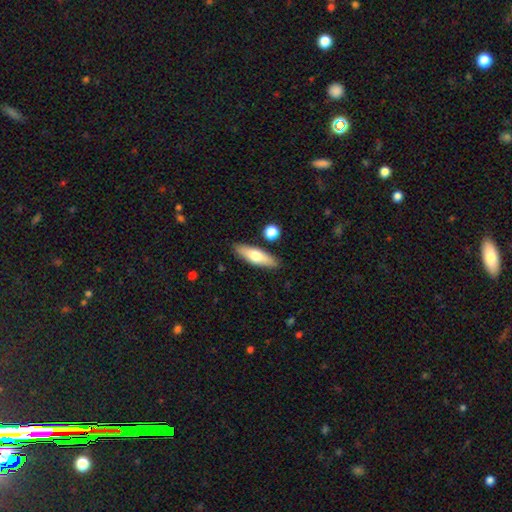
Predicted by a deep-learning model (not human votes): smooth 65%, featured or disk 29%, star or artifact 6%. Down the decision tree: how rounded — cigar-shaped (50%); merging — none (85%).